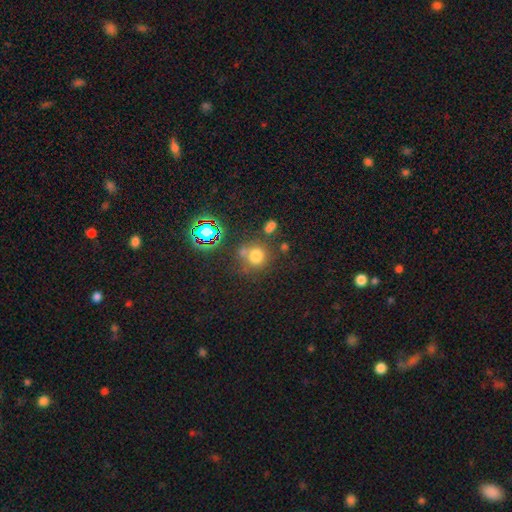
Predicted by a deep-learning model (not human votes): This is likely a smooth galaxy (70%). How rounded: clearly round (83%). Merging: likely none (61%).